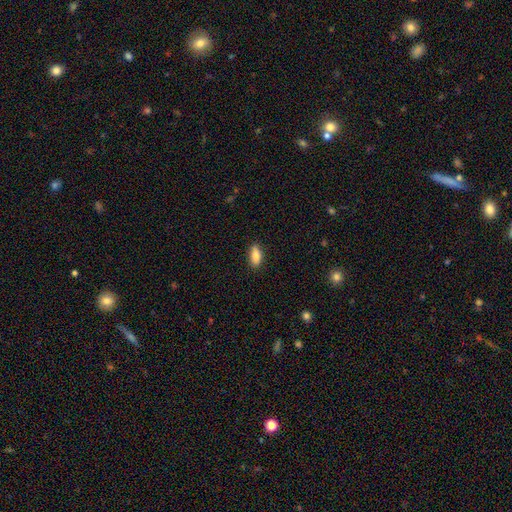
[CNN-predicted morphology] Smooth or featured? Predicted: smooth (p=0.81). How rounded? Predicted: in between (p=0.79). Merging? Predicted: none (p=0.88).